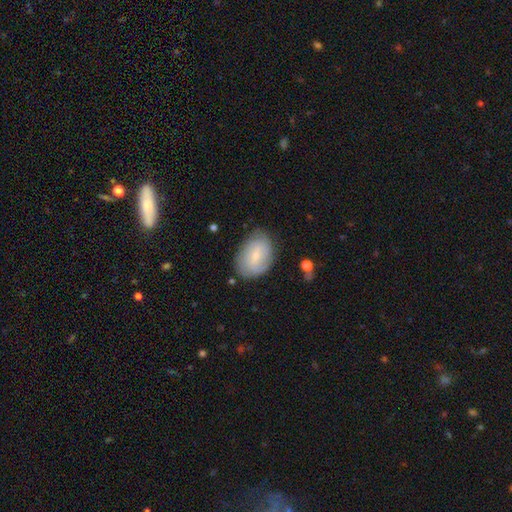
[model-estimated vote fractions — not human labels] smooth-or-featured: smooth: 54% | featured or disk: 39% | star or artifact: 7%
  how-rounded: in between: 84% | round: 15% | cigar-shaped: 1%
  merging: none: 76% | minor disturbance: 18% | major disturbance: 5% | merger: 2%